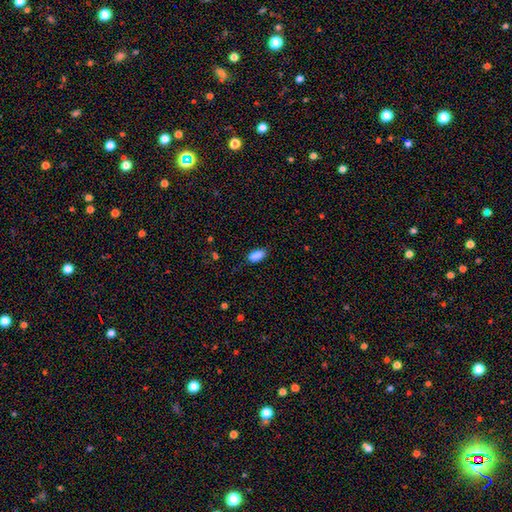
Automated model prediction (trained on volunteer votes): smooth 85%, star or artifact 9%, featured or disk 5%. Down the decision tree: how rounded — in between (90%); merging — none (65%).